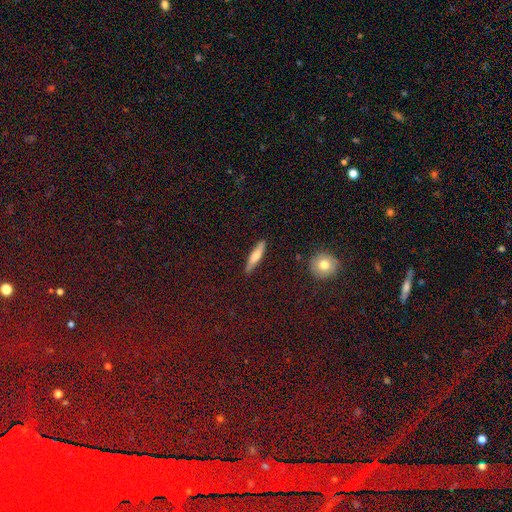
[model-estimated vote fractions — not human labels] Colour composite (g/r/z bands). It shows a smooth galaxy with no disk features (59%) that is cigar-shaped (82%). Merging: none (88%).